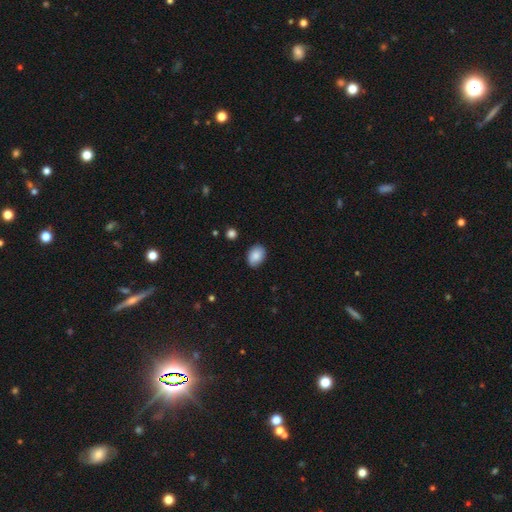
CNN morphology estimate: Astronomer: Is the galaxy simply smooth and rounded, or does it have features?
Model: smooth — 87%.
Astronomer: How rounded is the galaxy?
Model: in between — 76%.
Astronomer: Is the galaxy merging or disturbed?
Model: none — 84%.